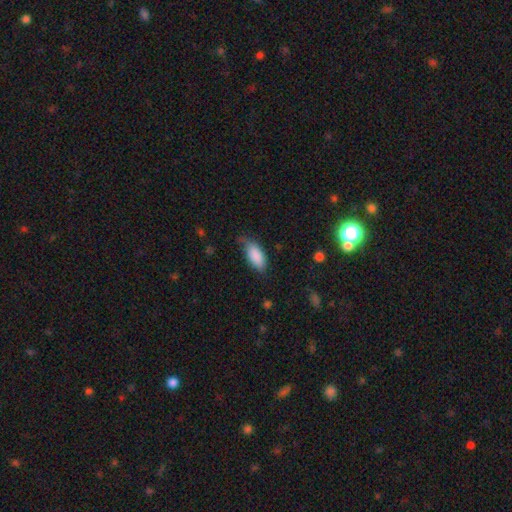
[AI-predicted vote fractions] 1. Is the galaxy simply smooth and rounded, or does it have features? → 87% smooth, 7% featured or disk, 6% star or artifact.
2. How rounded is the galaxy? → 90% in between, 8% cigar-shaped, 2% round.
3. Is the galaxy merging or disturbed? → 57% none, 33% minor disturbance, 8% major disturbance, 2% merger.